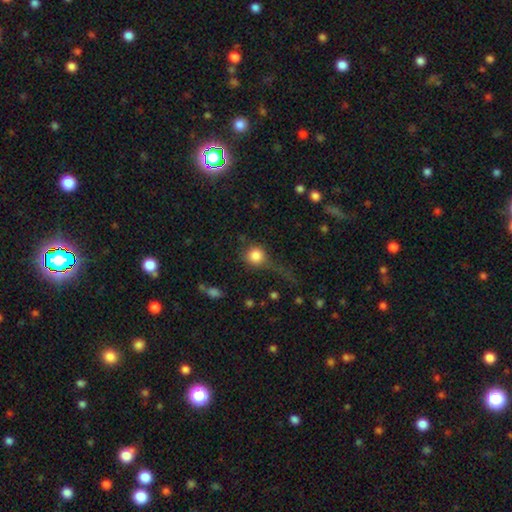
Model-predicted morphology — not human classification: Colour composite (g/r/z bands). It shows a smooth galaxy with no disk features (80%) that is round (87%). Merging: none (46%).